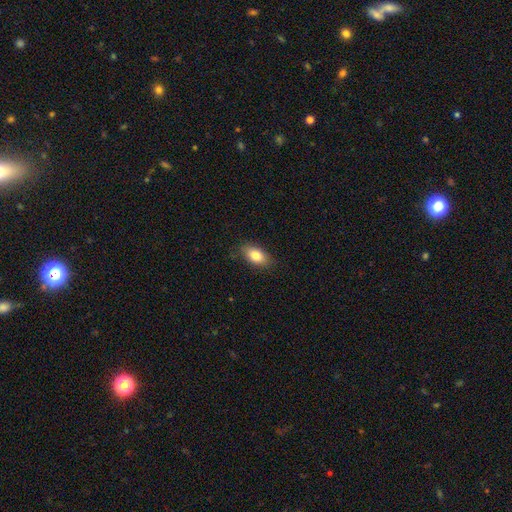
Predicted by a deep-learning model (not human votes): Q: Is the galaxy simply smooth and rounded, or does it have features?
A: smooth — 82%.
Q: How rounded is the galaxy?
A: in between — 89%.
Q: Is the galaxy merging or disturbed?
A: none — 85%.